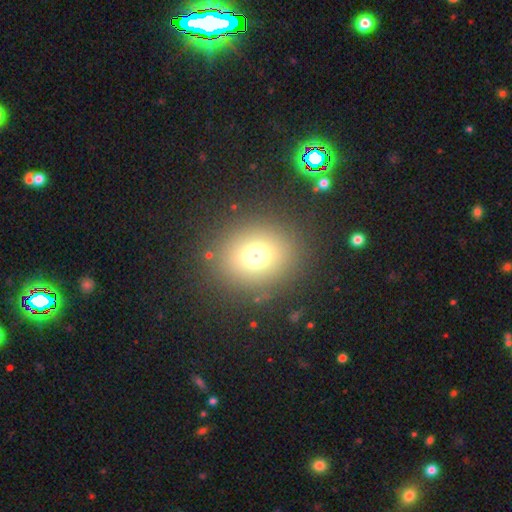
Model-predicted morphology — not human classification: smooth 70%, star or artifact 20%, featured or disk 10%. Down the decision tree: how rounded — round (79%); merging — none (86%).